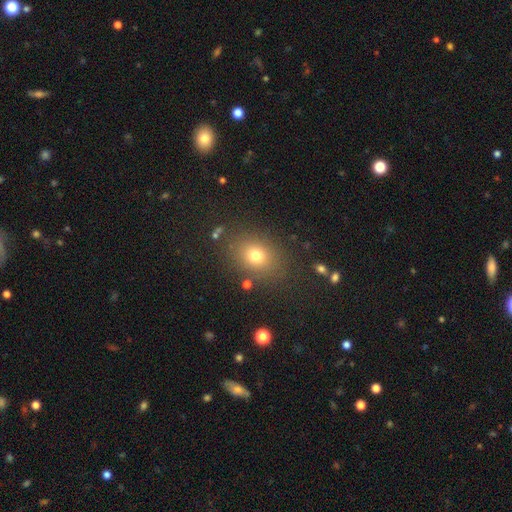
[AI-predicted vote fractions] This is likely a smooth galaxy (74%). How rounded: possibly round (52%). Merging: clearly none (82%).